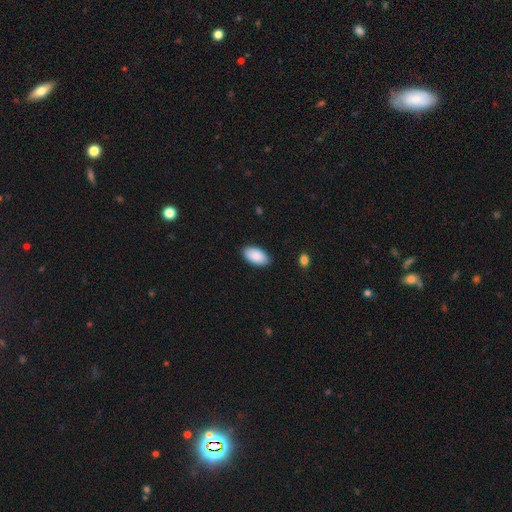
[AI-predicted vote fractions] Smooth or featured: smooth — 90% (star or artifact — 6%)
How rounded: in between — 96% (round — 2%)
Merging: none — 88% (minor disturbance — 9%)